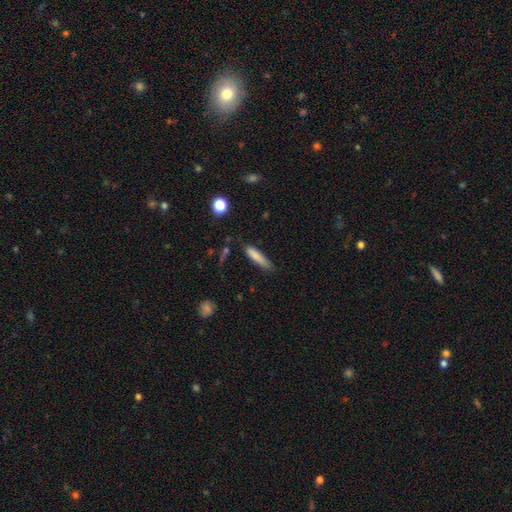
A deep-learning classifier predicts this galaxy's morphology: Smooth or featured? smooth (80%)
How rounded? cigar-shaped (83%)
Merging? none (73%)